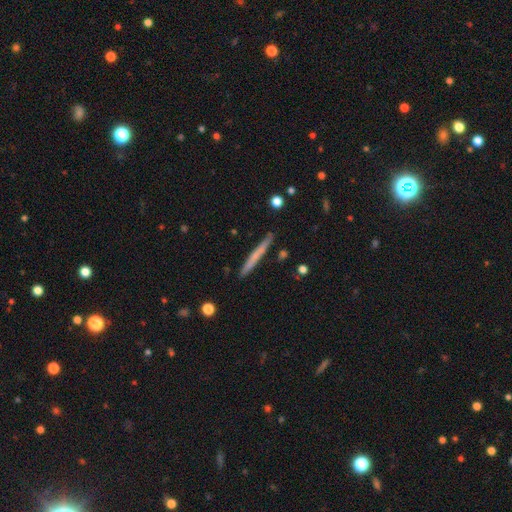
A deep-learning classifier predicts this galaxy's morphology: This is possibly a smooth galaxy (58%). How rounded: clearly cigar-shaped (97%). Merging: clearly none (90%).